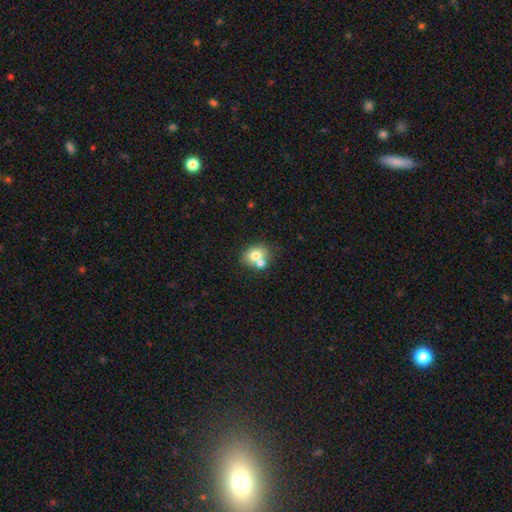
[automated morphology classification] smooth-or-featured: smooth: 72% | featured or disk: 18% | star or artifact: 10%
  how-rounded: round: 54% | in between: 45% | cigar-shaped: 1%
  merging: none: 47% | merger: 40% | minor disturbance: 10% | major disturbance: 3%